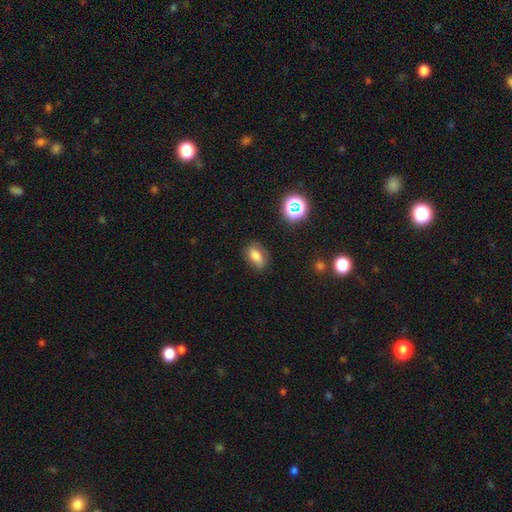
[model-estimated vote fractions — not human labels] Smooth or featured? Predicted: smooth (p=0.70). How rounded? Predicted: in between (p=0.85). Merging? Predicted: none (p=0.74).